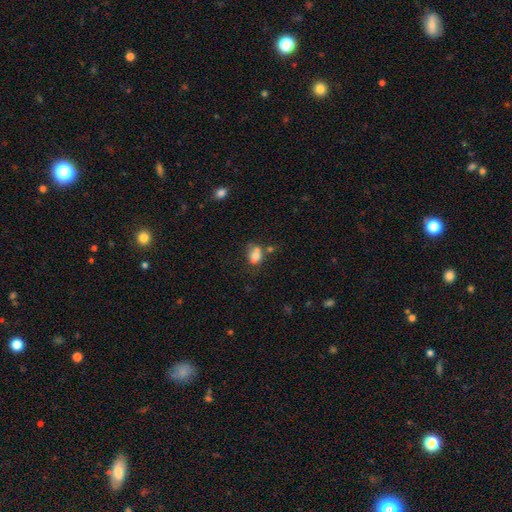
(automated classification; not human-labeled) This is likely a smooth galaxy (71%). How rounded: likely in between (60%). Merging: marginally none (40%).